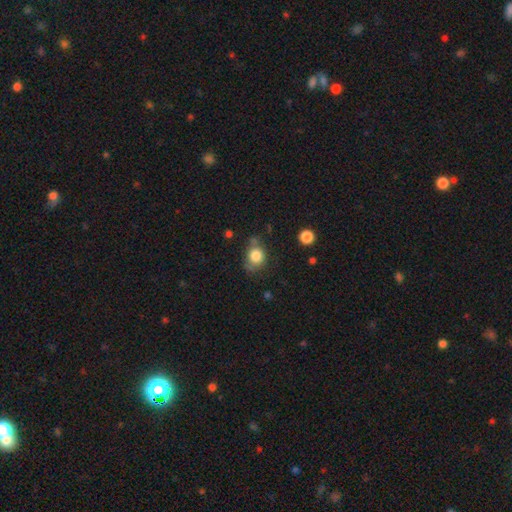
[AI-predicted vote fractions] Smooth or featured: smooth — 81% (star or artifact — 10%)
How rounded: round — 66% (in between — 33%)
Merging: none — 56% (minor disturbance — 28%)